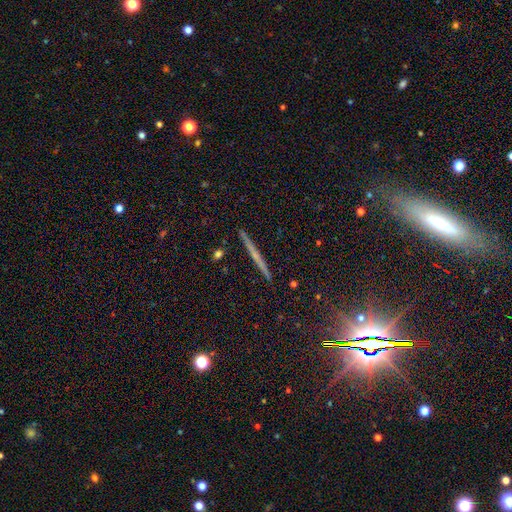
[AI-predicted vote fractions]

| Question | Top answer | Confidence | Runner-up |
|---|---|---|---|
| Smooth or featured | featured or disk | 57% | smooth (26%) |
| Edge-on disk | yes | 97% | no (3%) |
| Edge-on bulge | none | 58% | rounded (35%) |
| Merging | none | 92% | minor disturbance (5%) |